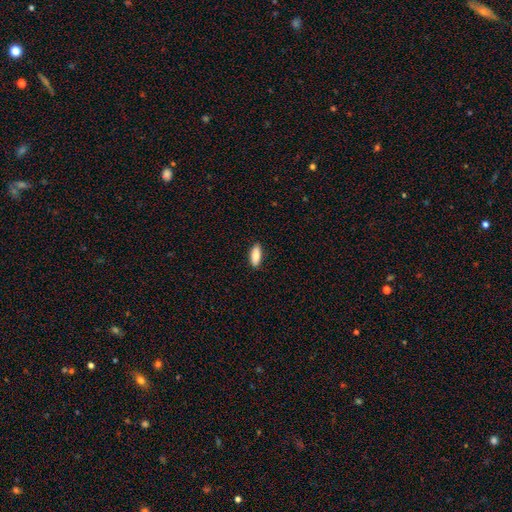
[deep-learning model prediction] smooth-or-featured: smooth: 85% | featured or disk: 9% | star or artifact: 6%
  how-rounded: in between: 75% | cigar-shaped: 23% | round: 2%
  merging: none: 89% | minor disturbance: 8% | major disturbance: 2% | merger: 1%